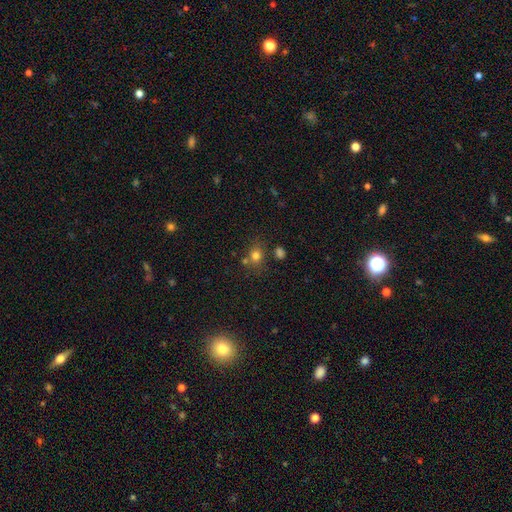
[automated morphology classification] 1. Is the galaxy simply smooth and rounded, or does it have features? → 76% smooth, 16% star or artifact, 8% featured or disk.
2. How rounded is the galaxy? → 74% round, 25% in between, 1% cigar-shaped.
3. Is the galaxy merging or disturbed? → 66% none, 16% merger, 13% minor disturbance, 5% major disturbance.